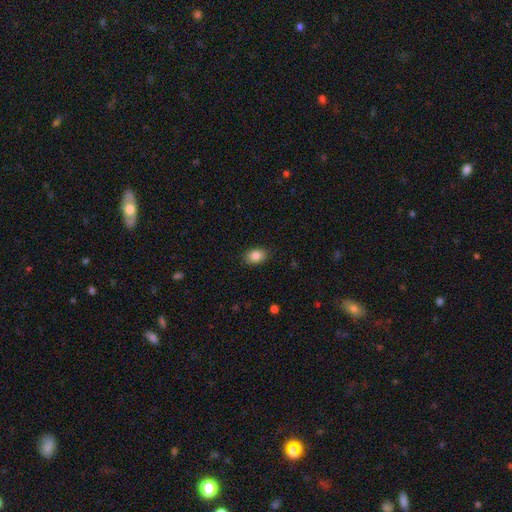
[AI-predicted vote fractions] A smooth galaxy with no disk features (87%) that is in between round and cigar-shaped (79%). Merging: none (87%).